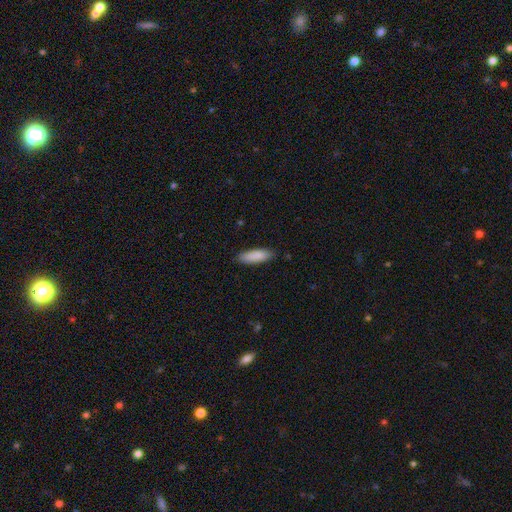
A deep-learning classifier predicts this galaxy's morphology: This appears to be a smooth galaxy with no disk features (88%) that is in between round and cigar-shaped (53%). Merging: none (87%).